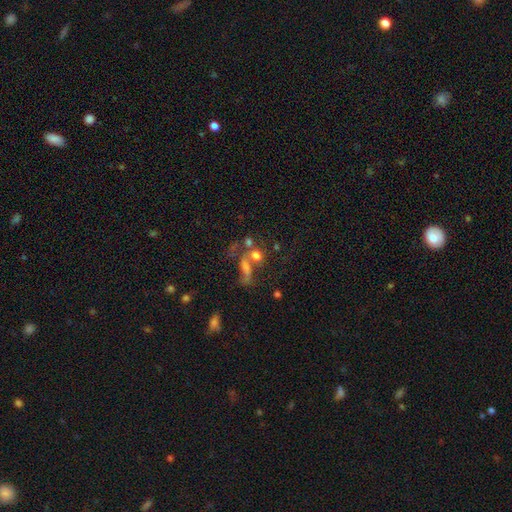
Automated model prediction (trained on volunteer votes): The model was most divided on "merging": merger: 41%, none: 33%, major disturbance: 15%, minor disturbance: 11%. More confident: how rounded — round (60%); smooth or featured — smooth (59%).